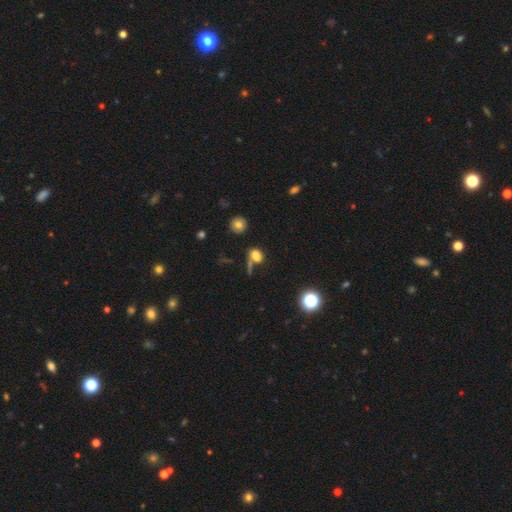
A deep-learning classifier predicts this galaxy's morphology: Smooth or featured: smooth — 68% (star or artifact — 17%)
How rounded: in between — 59% (round — 35%)
Merging: none — 39% (merger — 29%)